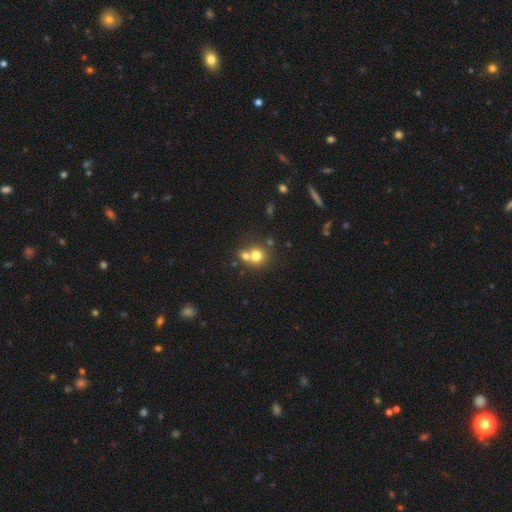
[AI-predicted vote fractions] Smooth or featured? Predicted: smooth (p=0.73). How rounded? Predicted: round (p=0.84). Merging? Predicted: merger (p=0.49).